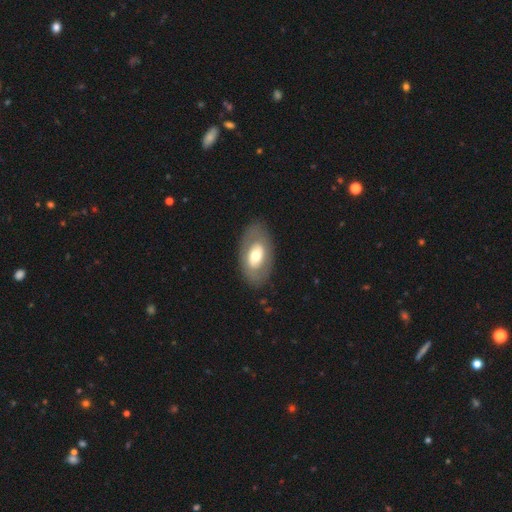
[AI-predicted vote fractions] Smooth or featured?
  - smooth: 49% *
  - featured or disk: 45%
  - star or artifact: 6%
Merging?
  - none: 82% *
  - minor disturbance: 11%
  - major disturbance: 5%
  - merger: 1%